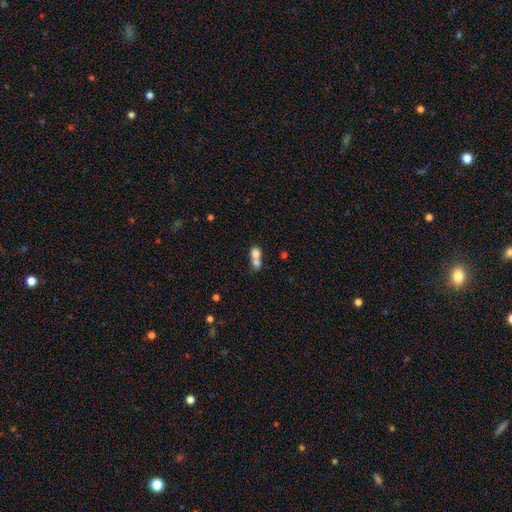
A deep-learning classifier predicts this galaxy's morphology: This is likely a smooth galaxy (74%). How rounded: possibly in between (51%). Merging: likely merger (72%).